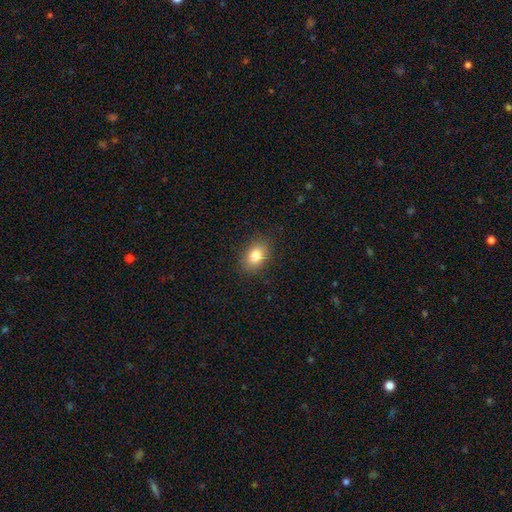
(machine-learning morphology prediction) Smooth or featured?
  - smooth: 83% *
  - star or artifact: 9%
  - featured or disk: 8%
How rounded?
  - in between: 79% *
  - round: 19%
  - cigar-shaped: 1%
Merging?
  - none: 87% *
  - minor disturbance: 10%
  - major disturbance: 3%
  - merger: 1%